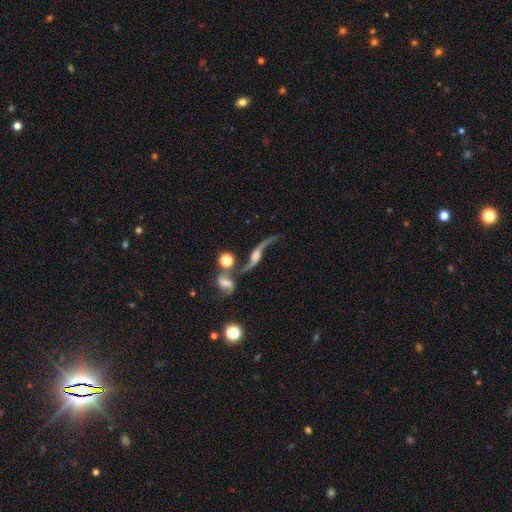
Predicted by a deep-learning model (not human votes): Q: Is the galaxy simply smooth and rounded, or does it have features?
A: featured or disk — 85%.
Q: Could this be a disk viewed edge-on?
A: no — 85%.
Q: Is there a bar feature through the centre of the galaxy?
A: no — 49%.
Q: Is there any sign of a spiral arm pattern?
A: yes — 95%.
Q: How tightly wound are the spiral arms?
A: loose — 92%.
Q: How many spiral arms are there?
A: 2 — 92%.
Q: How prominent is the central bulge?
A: moderate — 35%.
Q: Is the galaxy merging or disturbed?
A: none — 53%.